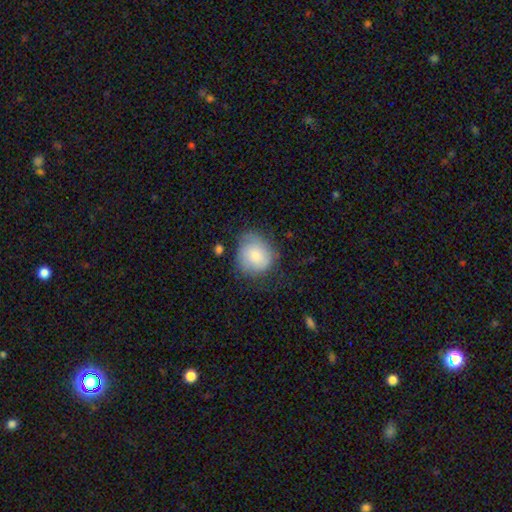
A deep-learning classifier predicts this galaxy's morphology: This is likely a smooth galaxy (73%). How rounded: likely round (75%). Merging: possibly none (54%).